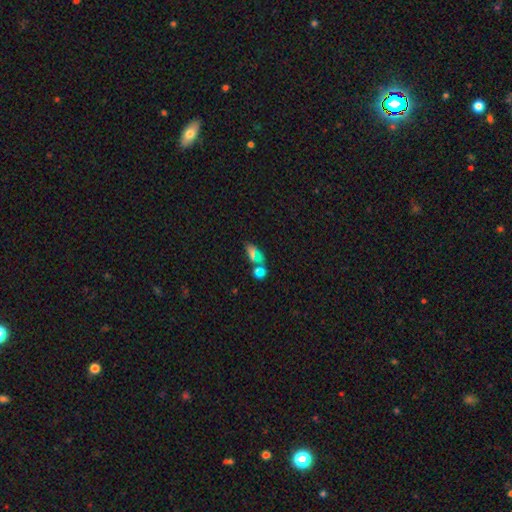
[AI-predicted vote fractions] A smooth galaxy with no disk features (61%) that is in between round and cigar-shaped (78%). Merging: none (51%).